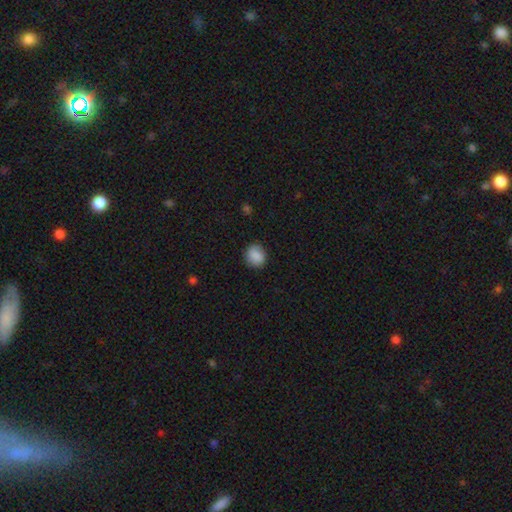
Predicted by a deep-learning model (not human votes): Q: Smooth or featured?
A: smooth (87%); runner-up: star or artifact (8%)
Q: How rounded?
A: round (77%); runner-up: in between (22%)
Q: Merging?
A: none (86%); runner-up: minor disturbance (11%)